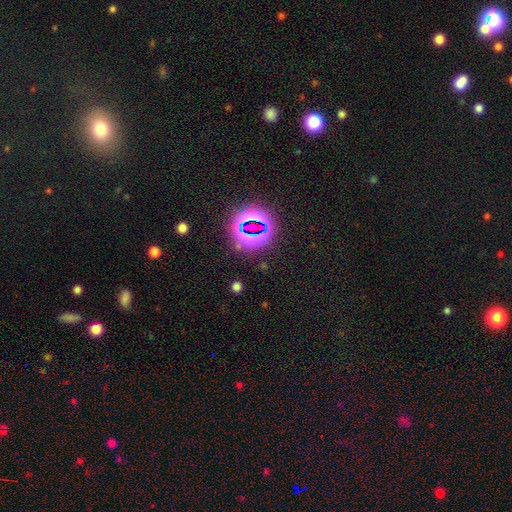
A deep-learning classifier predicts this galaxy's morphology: smooth_or_featured: star or artifact (p=0.76) [alt: smooth p=0.15]